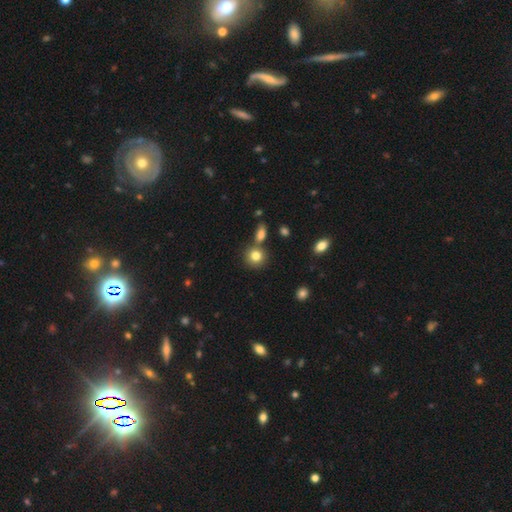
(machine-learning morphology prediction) Smooth or featured? Predicted: smooth (p=0.81). How rounded? Predicted: round (p=0.83). Merging? Predicted: none (p=0.68).